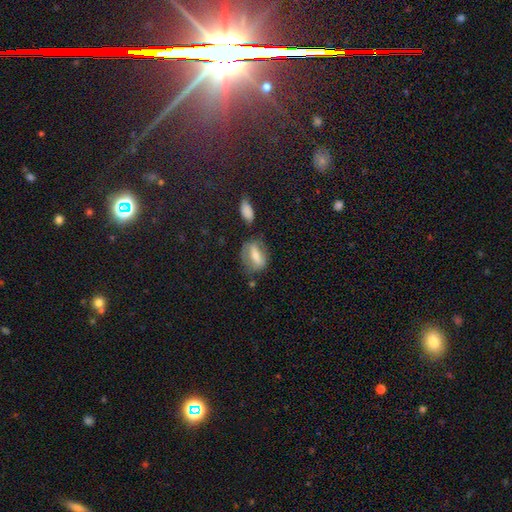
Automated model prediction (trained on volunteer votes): Smooth or featured?
  - smooth: 51% *
  - featured or disk: 40%
  - star or artifact: 9%
How rounded?
  - in between: 70% *
  - round: 20%
  - cigar-shaped: 11%
Merging?
  - none: 57% *
  - minor disturbance: 22%
  - major disturbance: 12%
  - merger: 8%